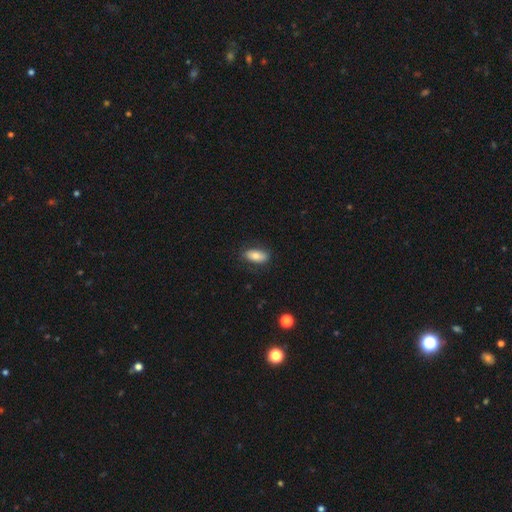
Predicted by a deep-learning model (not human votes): This is likely a smooth galaxy (75%). How rounded: clearly in between (89%). Merging: clearly none (82%).